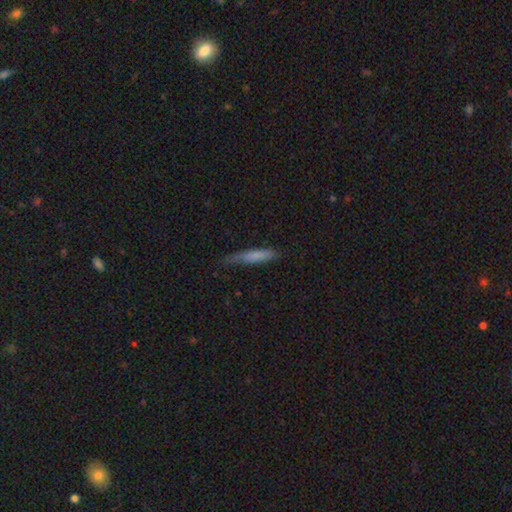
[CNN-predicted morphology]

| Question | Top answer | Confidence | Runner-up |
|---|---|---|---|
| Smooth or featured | smooth | 76% | featured or disk (18%) |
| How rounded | cigar-shaped | 87% | in between (11%) |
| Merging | none | 61% | minor disturbance (30%) |